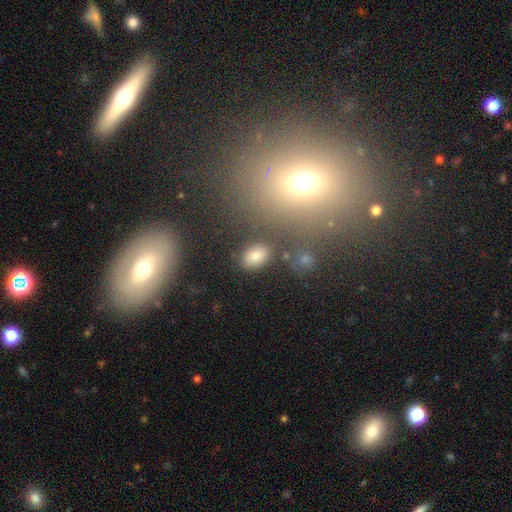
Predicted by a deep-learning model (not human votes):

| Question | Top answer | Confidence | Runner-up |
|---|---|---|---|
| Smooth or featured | smooth | 76% | star or artifact (14%) |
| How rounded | in between | 81% | round (17%) |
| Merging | none | 83% | minor disturbance (10%) |